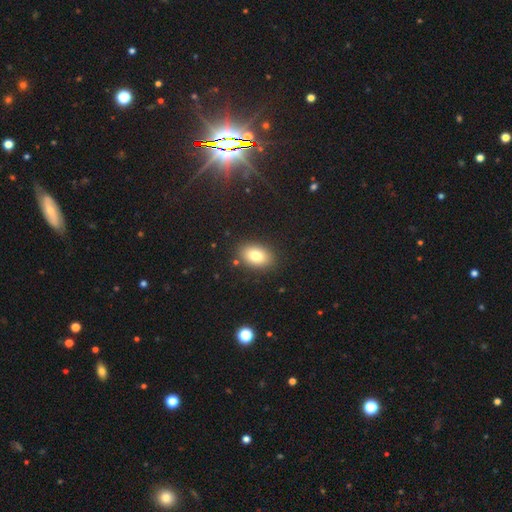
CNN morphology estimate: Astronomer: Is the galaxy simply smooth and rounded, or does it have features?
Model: smooth — 80%.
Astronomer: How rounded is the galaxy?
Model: in between — 85%.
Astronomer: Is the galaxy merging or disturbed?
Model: none — 87%.